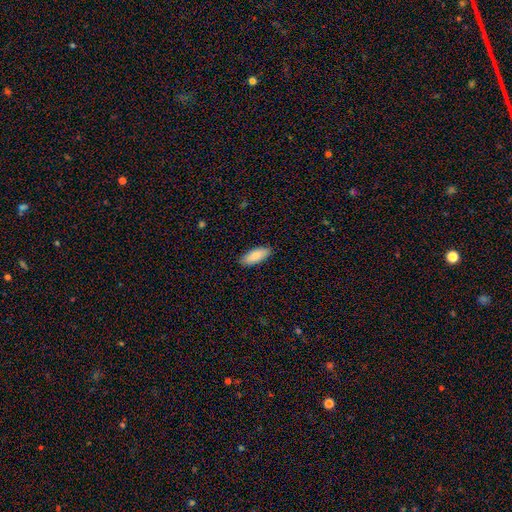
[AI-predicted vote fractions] Q: Smooth or featured?
A: smooth (87%); runner-up: featured or disk (7%)
Q: How rounded?
A: in between (80%); runner-up: cigar-shaped (18%)
Q: Merging?
A: none (88%); runner-up: minor disturbance (10%)